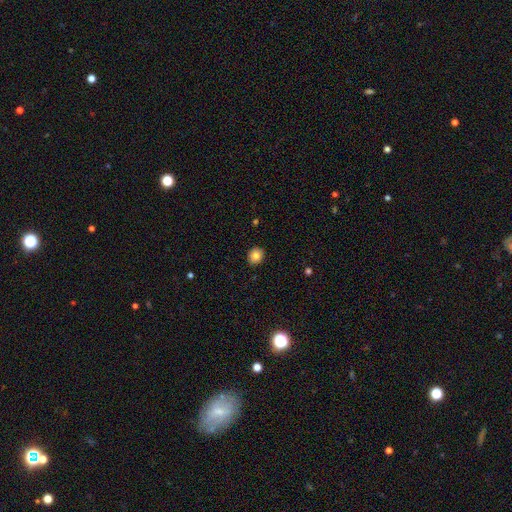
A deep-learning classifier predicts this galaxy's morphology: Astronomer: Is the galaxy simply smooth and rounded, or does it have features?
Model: smooth — 84%.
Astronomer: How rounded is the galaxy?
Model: round — 68%.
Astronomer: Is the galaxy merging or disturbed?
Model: none — 90%.